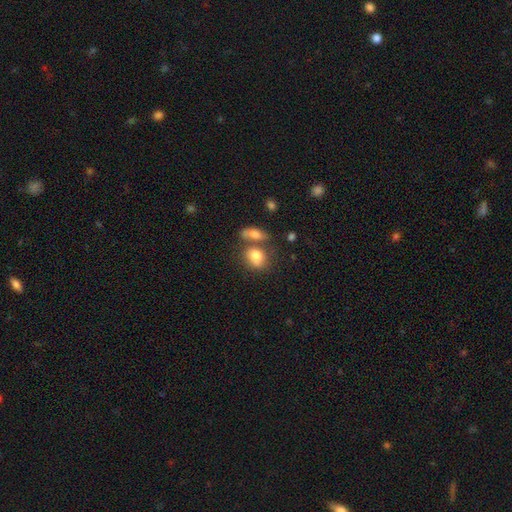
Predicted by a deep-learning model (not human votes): This appears to be a smooth galaxy with no disk features (81%) that is in between round and cigar-shaped (59%). Merging: none (45%).